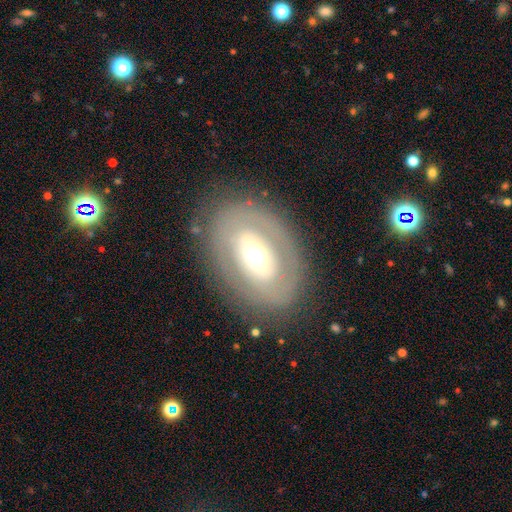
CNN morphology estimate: type=featured or disk (61%); edge-on=no (92%); bar=no (65%); spiral arms=no (74%); bulge=moderate (59%); merging=none (80%).